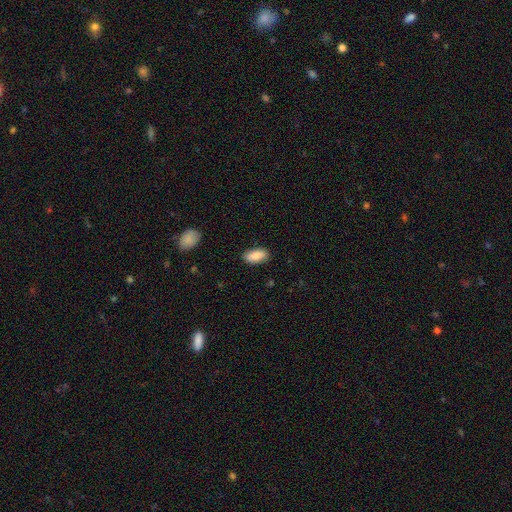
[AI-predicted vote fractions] A smooth galaxy with no disk features (88%) that is in between round and cigar-shaped (90%). Merging: none (87%).